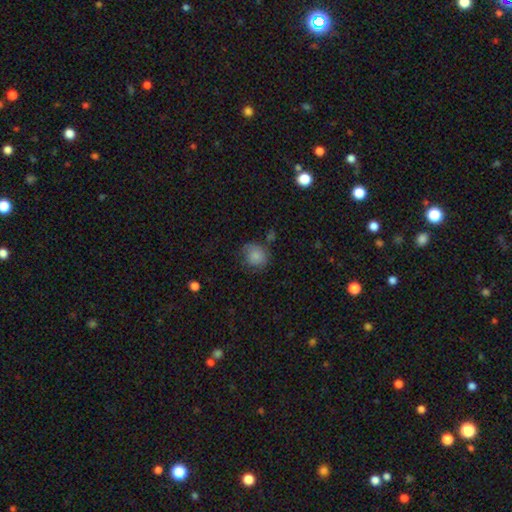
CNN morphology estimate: smooth-or-featured: smooth: 83% | star or artifact: 9% | featured or disk: 8%
  how-rounded: round: 76% | in between: 23% | cigar-shaped: 1%
  merging: none: 61% | minor disturbance: 25% | major disturbance: 8% | merger: 6%